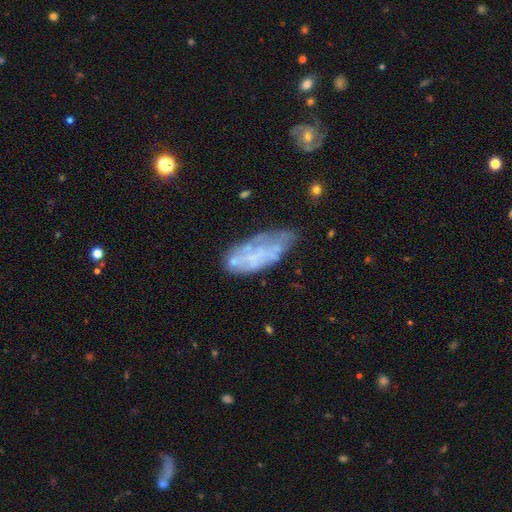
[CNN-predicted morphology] A featured or disk galaxy (52%).

Vote fractions:
- Smooth or featured? featured or disk: 52% / smooth: 38% / star or artifact: 10%
- Edge-on disk? no: 91% / yes: 9%
- Merging? none: 44% / minor disturbance: 30% / major disturbance: 18% / merger: 8%